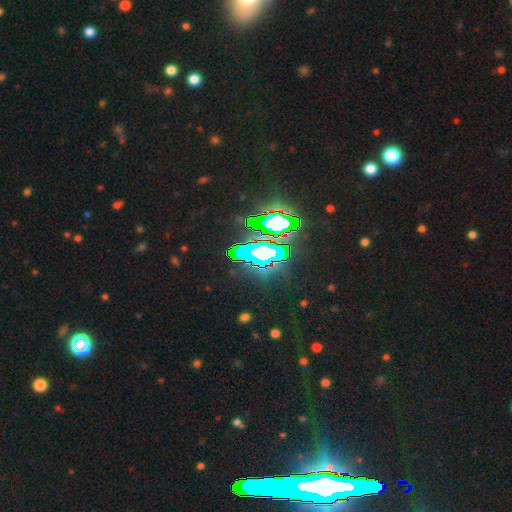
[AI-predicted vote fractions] star or artifact 75%, smooth 13%, featured or disk 12%.